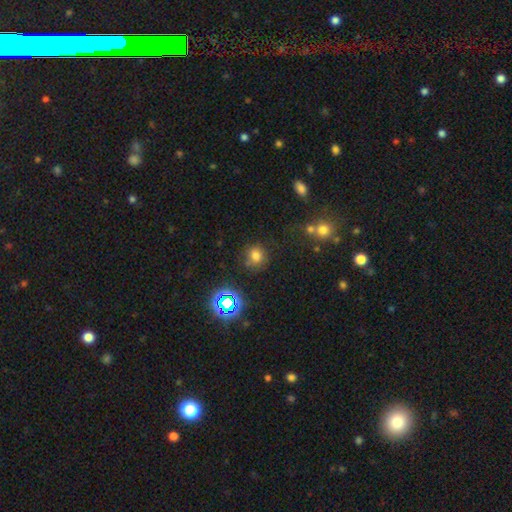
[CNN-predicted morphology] Smooth or featured?
  - smooth: 70% *
  - star or artifact: 20%
  - featured or disk: 9%
How rounded?
  - round: 84% *
  - in between: 15%
  - cigar-shaped: 1%
Merging?
  - none: 75% *
  - minor disturbance: 15%
  - major disturbance: 6%
  - merger: 4%